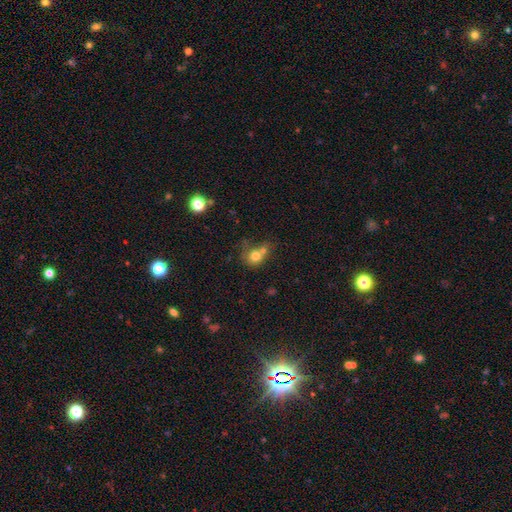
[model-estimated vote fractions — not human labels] Q: Smooth or featured?
A: smooth (74%); runner-up: featured or disk (14%)
Q: How rounded?
A: round (73%); runner-up: in between (26%)
Q: Merging?
A: merger (49%); runner-up: none (32%)